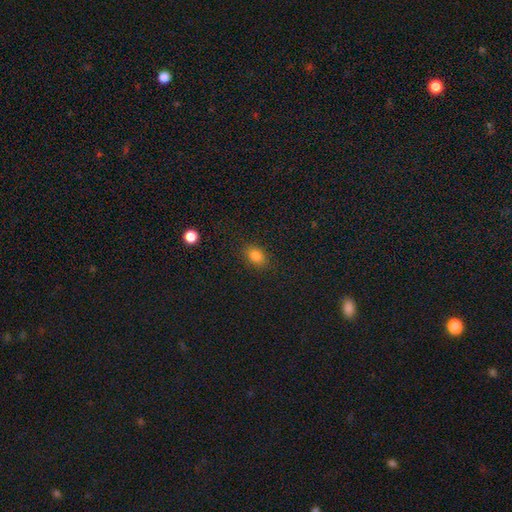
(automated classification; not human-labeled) Q: Smooth or featured?
A: smooth (82%); runner-up: star or artifact (12%)
Q: How rounded?
A: in between (72%); runner-up: round (26%)
Q: Merging?
A: none (86%); runner-up: minor disturbance (10%)